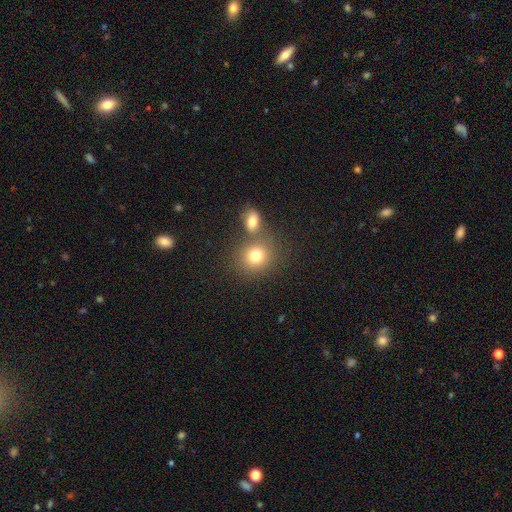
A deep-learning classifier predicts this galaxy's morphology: smooth-or-featured: smooth: 78% | star or artifact: 12% | featured or disk: 10%
  how-rounded: round: 75% | in between: 24% | cigar-shaped: 1%
  merging: none: 62% | merger: 26% | minor disturbance: 9% | major disturbance: 3%